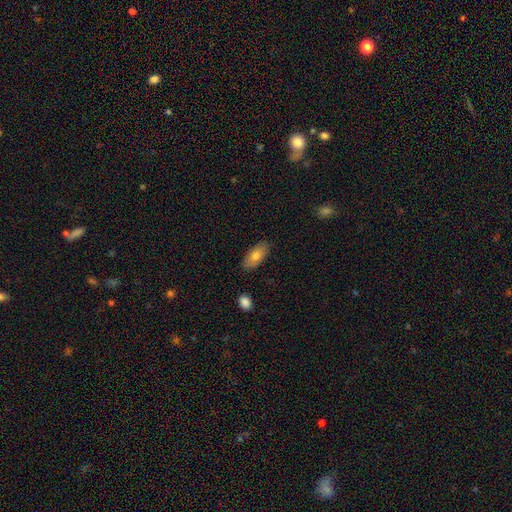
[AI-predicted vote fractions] A smooth galaxy with no disk features (76%) that is in between round and cigar-shaped (88%).

Vote fractions:
- Smooth or featured? smooth: 76% / featured or disk: 17% / star or artifact: 7%
- How rounded? in between: 88% / cigar-shaped: 9% / round: 3%
- Merging? none: 85% / minor disturbance: 11% / major disturbance: 2% / merger: 2%